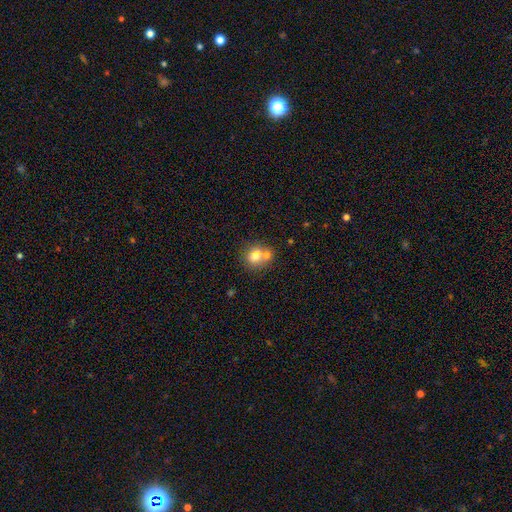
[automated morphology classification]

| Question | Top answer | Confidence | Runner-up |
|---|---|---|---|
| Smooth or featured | smooth | 66% | featured or disk (20%) |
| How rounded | round | 78% | in between (21%) |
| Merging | none | 48% | merger (39%) |